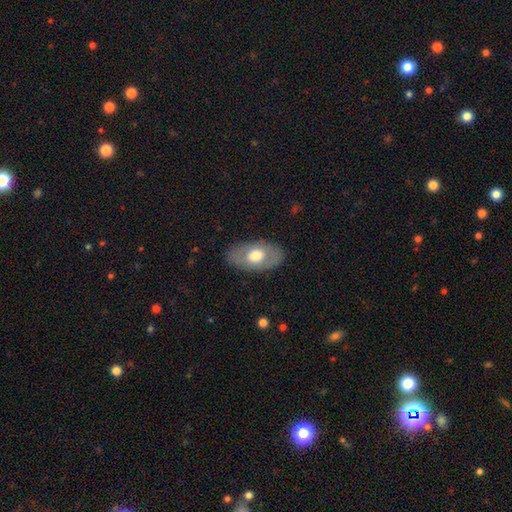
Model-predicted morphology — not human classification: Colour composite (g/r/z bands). It shows a smooth galaxy with no disk features (58%) that is in between round and cigar-shaped (91%). Merging: none (83%).